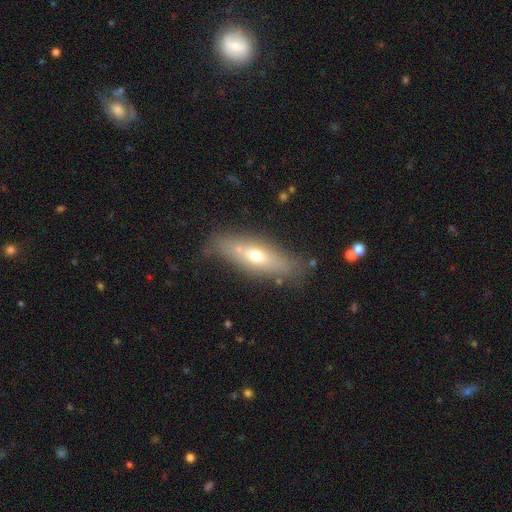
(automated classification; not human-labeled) Overall: smooth (51%; featured or disk 40%). How rounded: in between (49%; cigar-shaped 48%). Merging: none (72%).